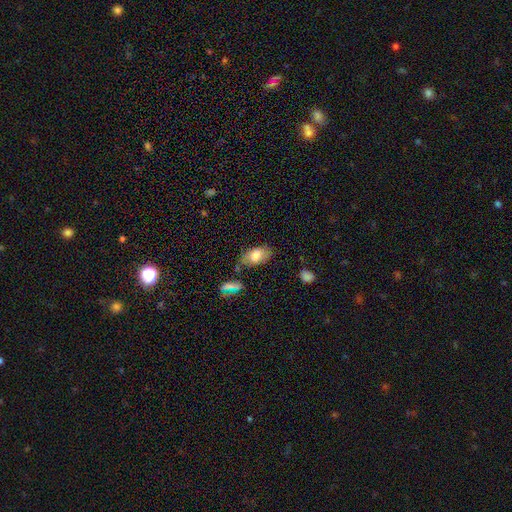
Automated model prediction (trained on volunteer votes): Q: Smooth or featured?
A: smooth (74%); runner-up: featured or disk (17%)
Q: How rounded?
A: in between (91%); runner-up: round (6%)
Q: Merging?
A: none (70%); runner-up: minor disturbance (20%)